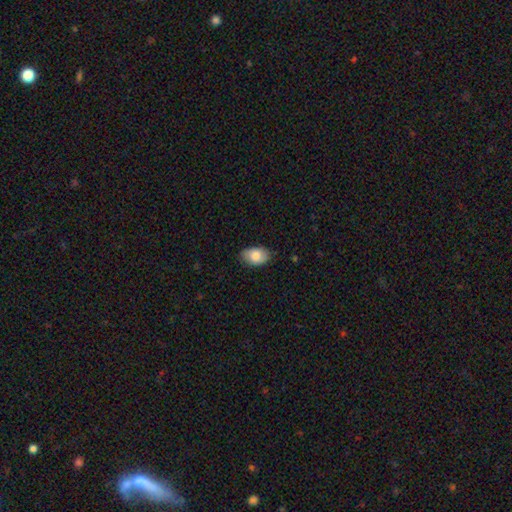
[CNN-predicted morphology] A smooth galaxy with no disk features (85%) that is in between round and cigar-shaped (89%). Merging: none (82%).